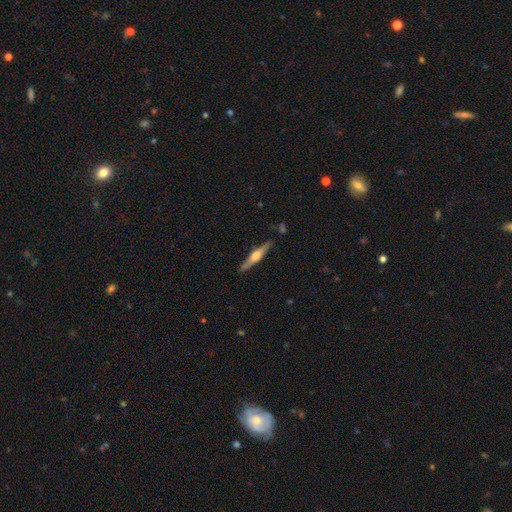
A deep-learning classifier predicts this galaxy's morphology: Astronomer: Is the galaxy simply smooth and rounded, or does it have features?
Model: featured or disk — 67%.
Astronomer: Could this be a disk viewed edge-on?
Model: yes — 97%.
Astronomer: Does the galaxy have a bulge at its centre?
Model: rounded — 88%.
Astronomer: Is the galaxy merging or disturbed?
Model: none — 87%.